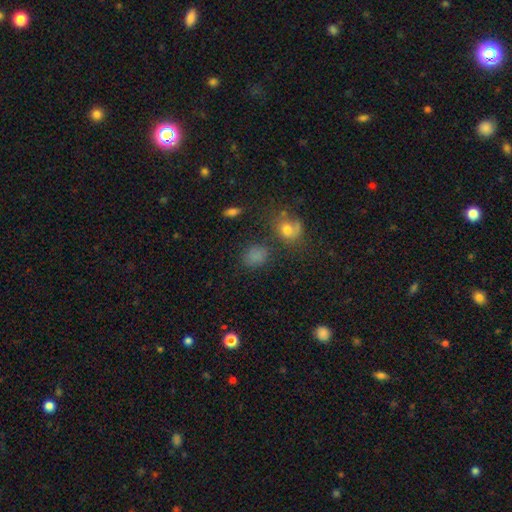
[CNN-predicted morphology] smooth_or_featured: smooth (p=0.77) [alt: star or artifact p=0.17]
how_rounded: round (p=0.61) [alt: in between p=0.38]
merging: none (p=0.73) [alt: minor disturbance p=0.14]